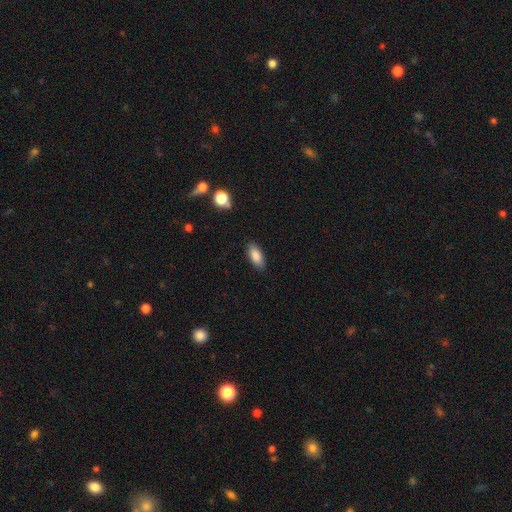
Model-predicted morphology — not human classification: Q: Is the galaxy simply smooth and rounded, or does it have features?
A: smooth — 87%.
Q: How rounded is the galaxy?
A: in between — 89%.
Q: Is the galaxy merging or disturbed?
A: none — 85%.